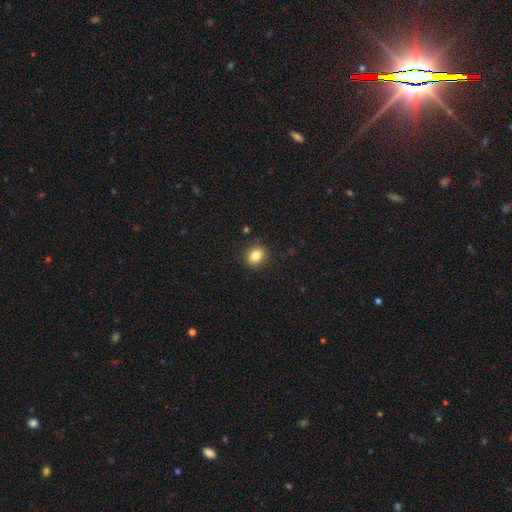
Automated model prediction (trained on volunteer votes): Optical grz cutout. It shows a smooth galaxy with no disk features (83%) that is round (55%). Merging: none (89%).